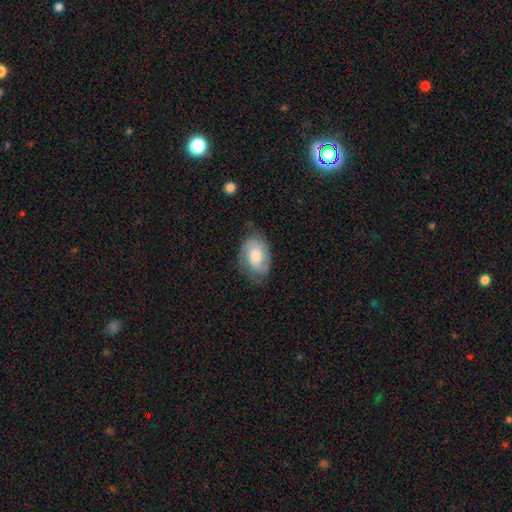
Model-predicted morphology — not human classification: smooth_or_featured: featured or disk (p=0.57) [alt: smooth p=0.36]
disk_edge_on: no (p=0.96) [alt: yes p=0.04]
bar: no (p=0.70) [alt: weak p=0.25]
has_spiral_arms: yes (p=0.89) [alt: no p=0.11]
bulge_size: moderate (p=0.38) [alt: large p=0.27]
merging: none (p=0.68) [alt: minor disturbance p=0.23]